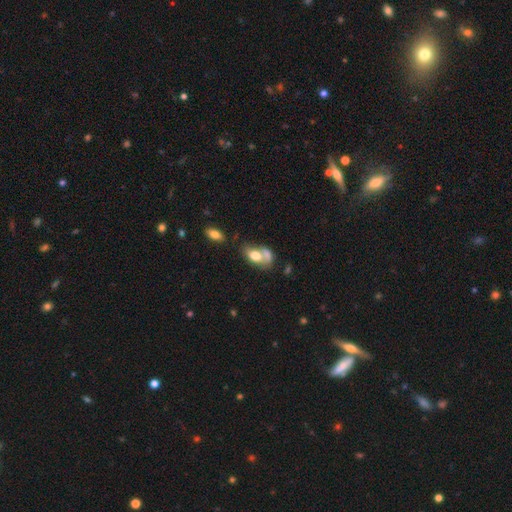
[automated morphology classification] This is likely a smooth galaxy (70%). How rounded: clearly in between (83%). Merging: possibly merger (56%).